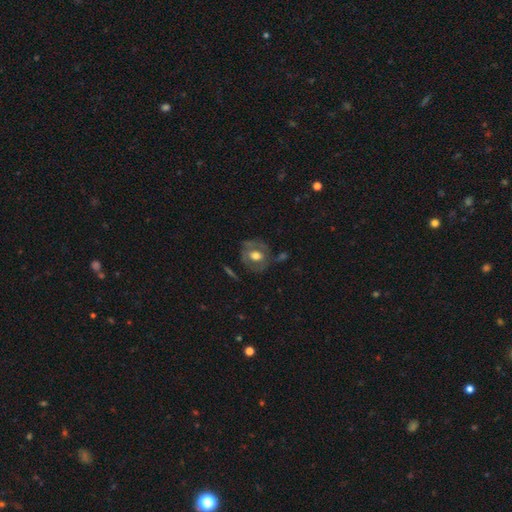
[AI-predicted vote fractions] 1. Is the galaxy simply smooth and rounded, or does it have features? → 49% featured or disk, 43% smooth, 7% star or artifact.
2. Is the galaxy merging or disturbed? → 65% none, 20% minor disturbance, 10% major disturbance, 5% merger.